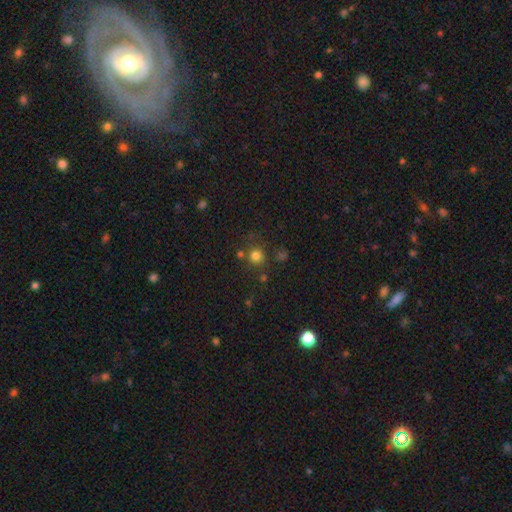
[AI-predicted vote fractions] Smooth or featured? smooth (77%)
How rounded? round (89%)
Merging? none (74%)